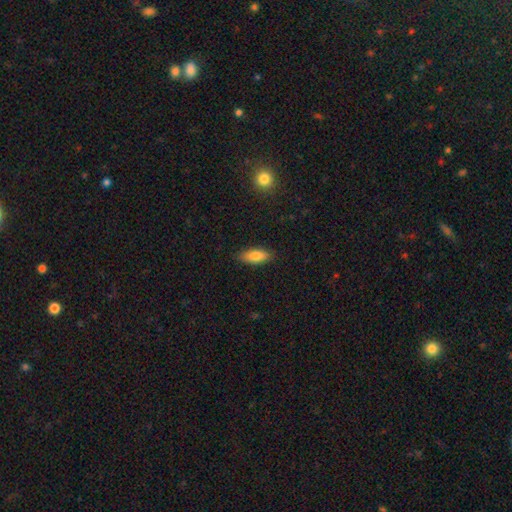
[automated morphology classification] Smooth or featured? smooth (81%)
How rounded? in between (76%)
Merging? none (86%)